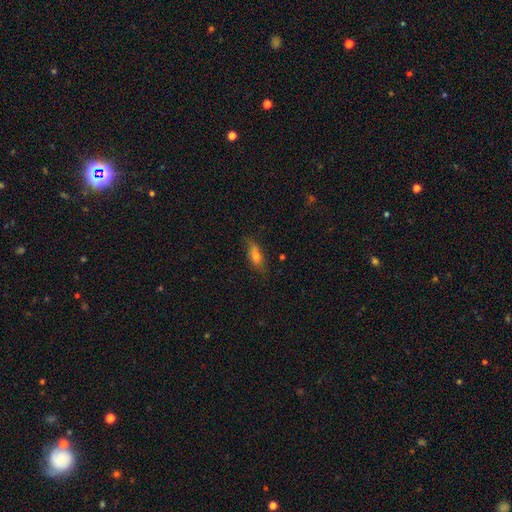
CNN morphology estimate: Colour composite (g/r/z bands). It shows a smooth galaxy with no disk features (64%) that is in between round and cigar-shaped (66%). Merging: none (69%).